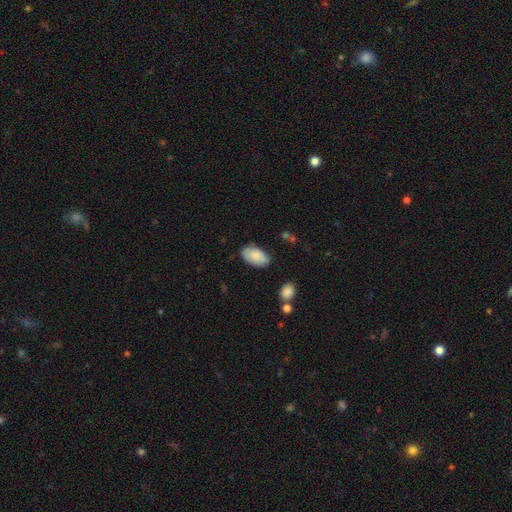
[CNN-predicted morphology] Smooth or featured? smooth (83%)
How rounded? in between (94%)
Merging? none (75%)